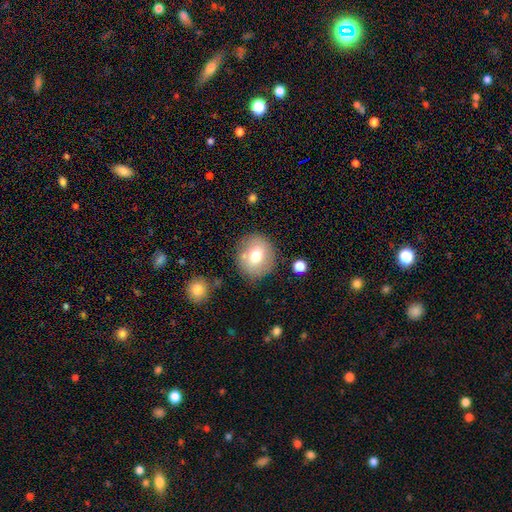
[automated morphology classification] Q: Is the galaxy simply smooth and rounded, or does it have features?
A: smooth — 69%.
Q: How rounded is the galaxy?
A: round — 85%.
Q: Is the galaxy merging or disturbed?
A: none — 79%.